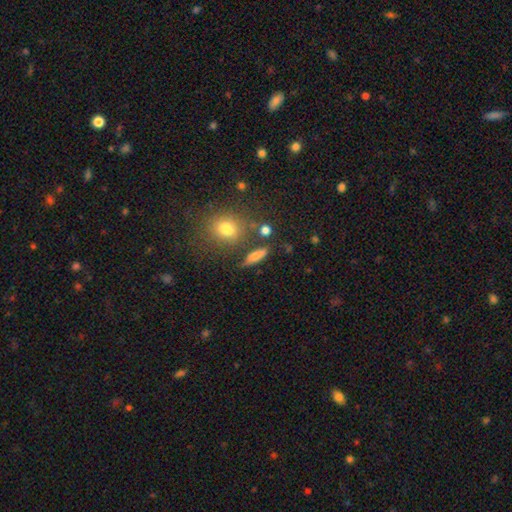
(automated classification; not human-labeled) A smooth galaxy with no disk features (75%) that is cigar-shaped (53%).

Vote fractions:
- Smooth or featured? smooth: 75% / featured or disk: 14% / star or artifact: 11%
- How rounded? cigar-shaped: 53% / in between: 36% / round: 12%
- Merging? none: 72% / minor disturbance: 14% / merger: 8% / major disturbance: 5%